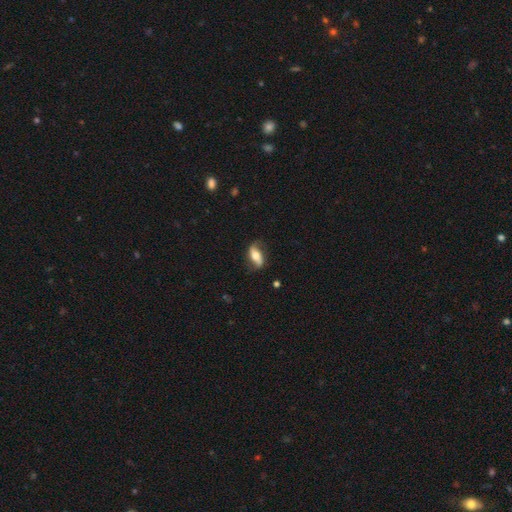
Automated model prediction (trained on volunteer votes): Smooth or featured?
  - featured or disk: 59% *
  - smooth: 34%
  - star or artifact: 7%
Edge-on disk?
  - no: 81% *
  - yes: 19%
Merging?
  - none: 72% *
  - minor disturbance: 19%
  - major disturbance: 7%
  - merger: 2%